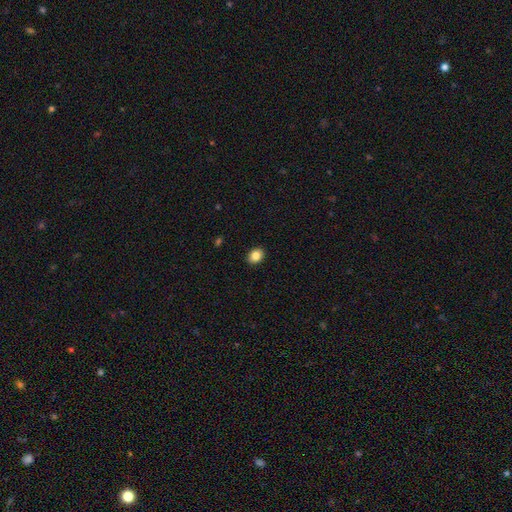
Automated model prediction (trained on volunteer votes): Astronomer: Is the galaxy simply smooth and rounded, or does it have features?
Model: smooth — 85%.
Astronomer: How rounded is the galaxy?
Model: in between — 59% (runner-up: round, 40%).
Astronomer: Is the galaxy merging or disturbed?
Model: none — 91%.